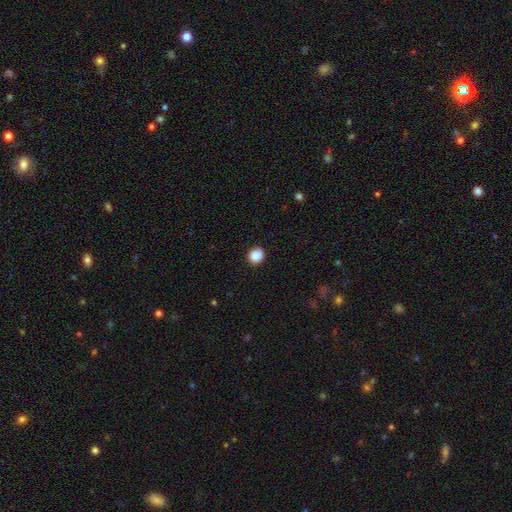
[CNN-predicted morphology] This appears to be a smooth galaxy with no disk features (88%) that is round (84%). Merging: none (89%).